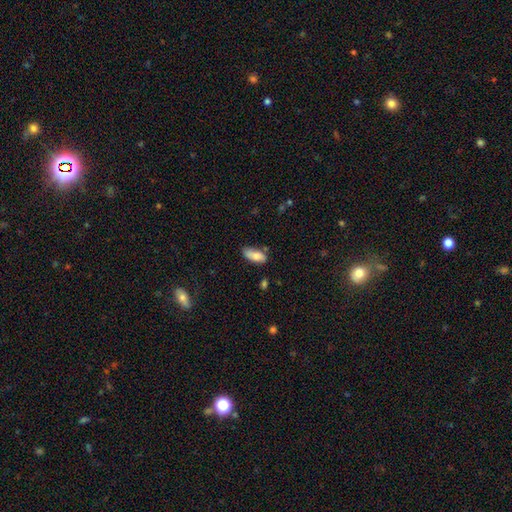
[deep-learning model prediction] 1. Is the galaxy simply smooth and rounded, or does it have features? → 79% smooth, 14% featured or disk, 7% star or artifact.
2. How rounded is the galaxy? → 84% in between, 14% cigar-shaped, 2% round.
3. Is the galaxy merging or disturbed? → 59% none, 28% minor disturbance, 6% major disturbance, 6% merger.